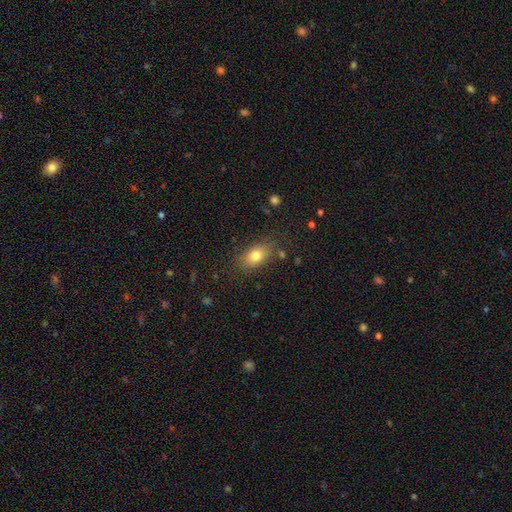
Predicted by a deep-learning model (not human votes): This is likely a smooth galaxy (78%). How rounded: clearly in between (84%). Merging: likely none (80%).